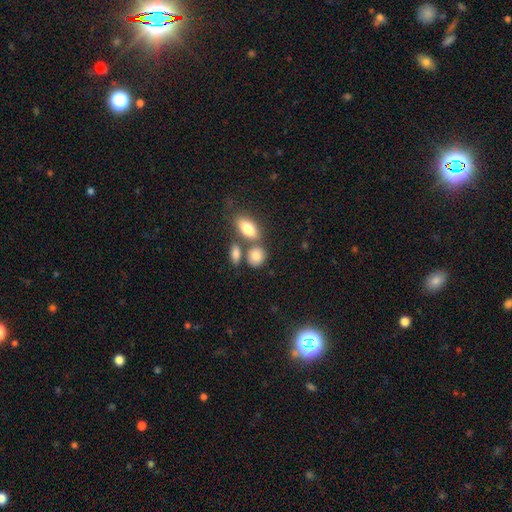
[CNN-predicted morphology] smooth 83%, featured or disk 9%, star or artifact 8%. Down the decision tree: how rounded — in between (51%); merging — none (55%).